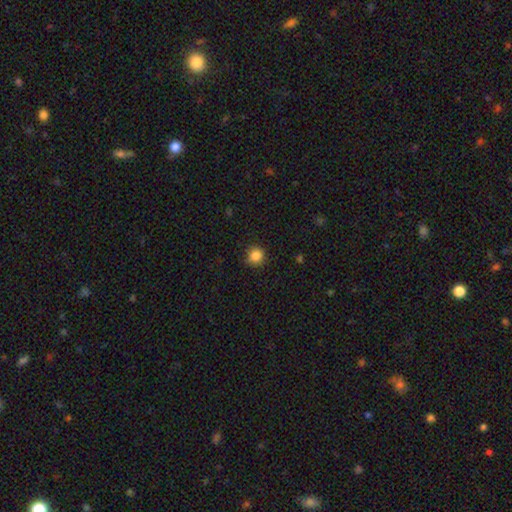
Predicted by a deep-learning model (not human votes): Smooth or featured? smooth (85%)
How rounded? round (89%)
Merging? none (87%)